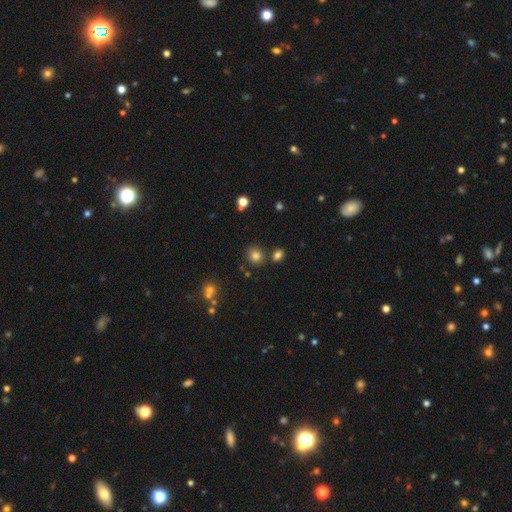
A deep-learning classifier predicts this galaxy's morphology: Overall: smooth (79%). How rounded: round (73%). Merging: none (78%).